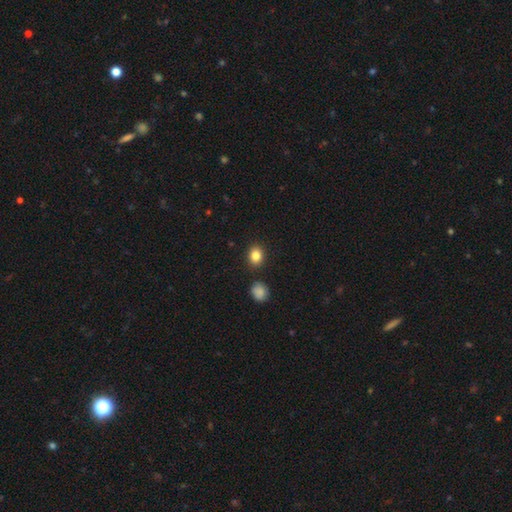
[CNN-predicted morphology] type=smooth (85%); roundness=in between (51%); merging=none (87%).